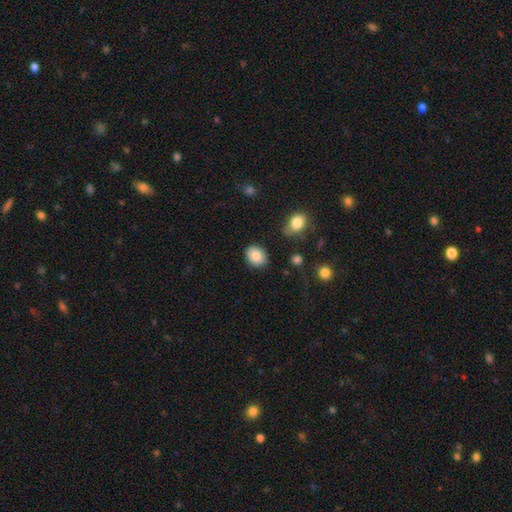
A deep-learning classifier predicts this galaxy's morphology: Q: Smooth or featured?
A: smooth (86%); runner-up: star or artifact (8%)
Q: How rounded?
A: in between (53%); runner-up: round (46%)
Q: Merging?
A: none (84%); runner-up: minor disturbance (11%)